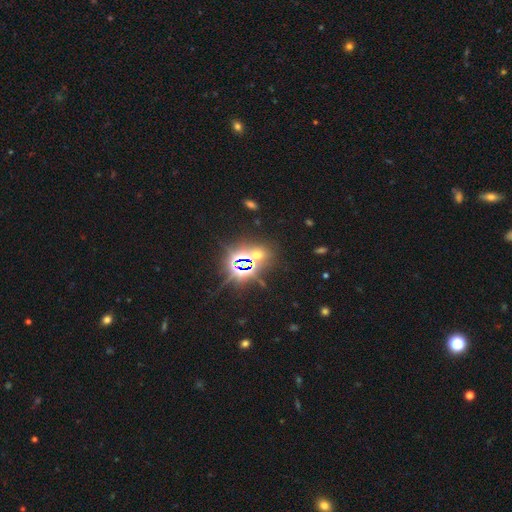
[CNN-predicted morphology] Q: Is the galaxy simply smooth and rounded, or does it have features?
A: star or artifact — 66%.